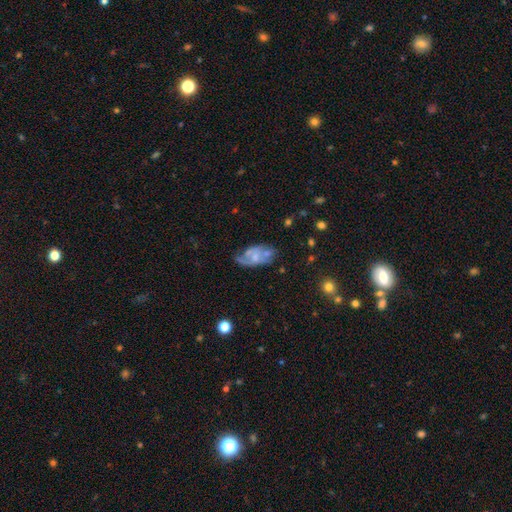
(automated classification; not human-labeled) This appears to be a featured or disk galaxy (57%) with no bar (70%), spiral arms (51%) and a small central bulge (41%). Merging: none (39%).